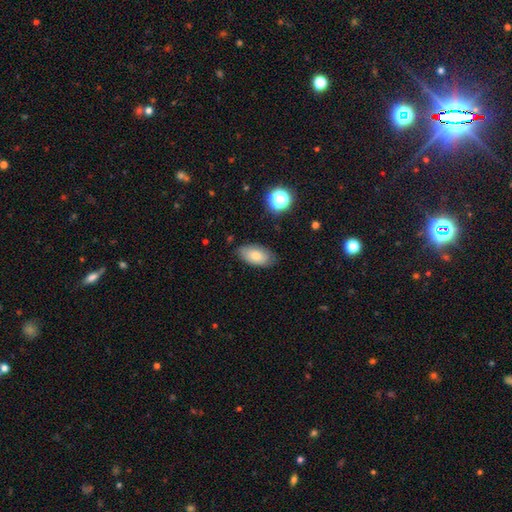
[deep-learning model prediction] This is likely a smooth galaxy (76%). How rounded: clearly in between (94%). Merging: likely none (79%).